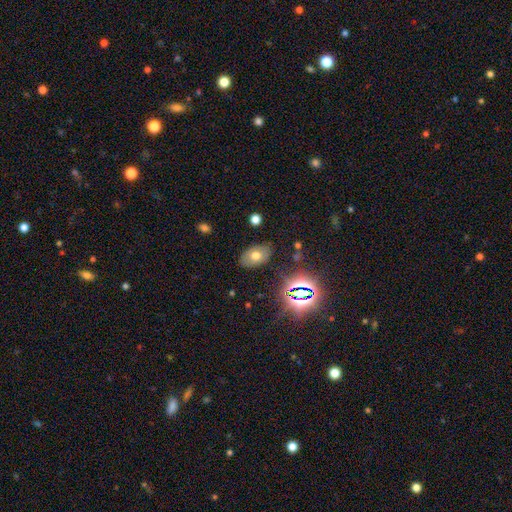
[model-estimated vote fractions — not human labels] Smooth or featured: smooth — 60% (featured or disk — 23%)
How rounded: in between — 88% (round — 10%)
Merging: none — 83% (minor disturbance — 12%)